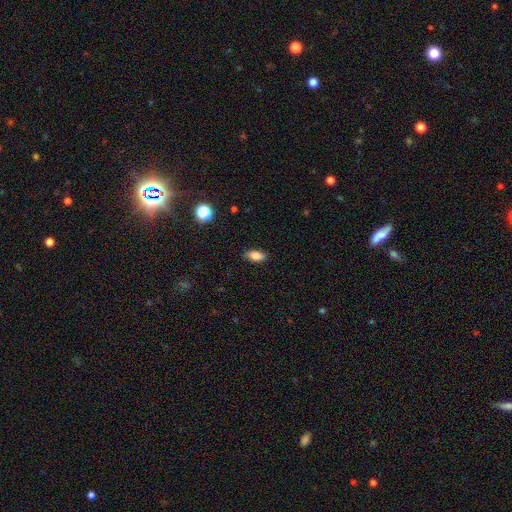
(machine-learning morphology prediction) A smooth galaxy with no disk features (79%) that is in between round and cigar-shaped (84%).

Vote fractions:
- Smooth or featured? smooth: 79% / featured or disk: 13% / star or artifact: 9%
- How rounded? in between: 84% / cigar-shaped: 11% / round: 5%
- Merging? none: 84% / minor disturbance: 12% / major disturbance: 2% / merger: 1%